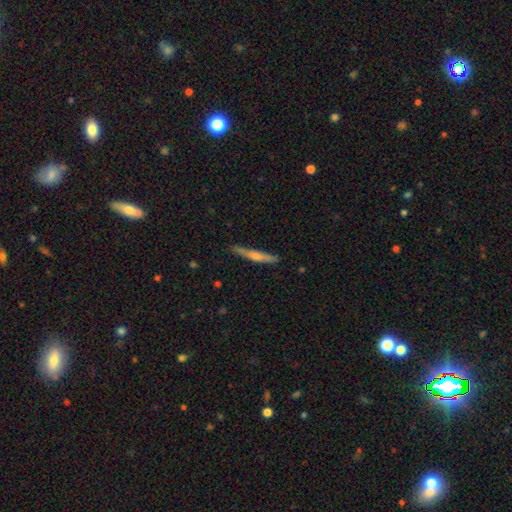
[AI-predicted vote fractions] smooth-or-featured: featured or disk: 54% | smooth: 39% | star or artifact: 6%
  disk-edge-on: yes: 96% | no: 4%
    edge-on-bulge: rounded: 73% | none: 20% | boxy: 7%
  merging: none: 83% | minor disturbance: 13% | major disturbance: 2% | merger: 2%